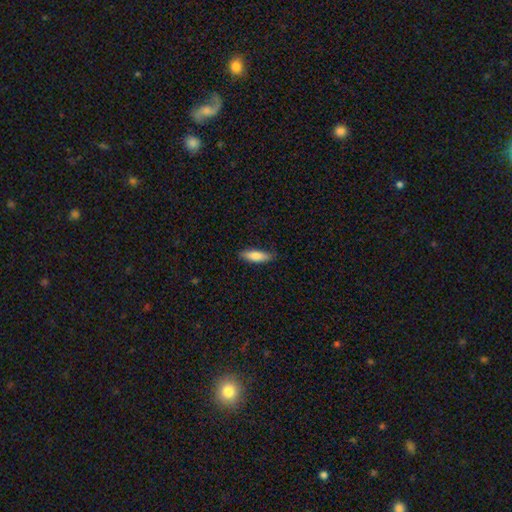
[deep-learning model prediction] This appears to be a smooth galaxy with no disk features (80%) that is cigar-shaped (51%). Merging: none (82%).